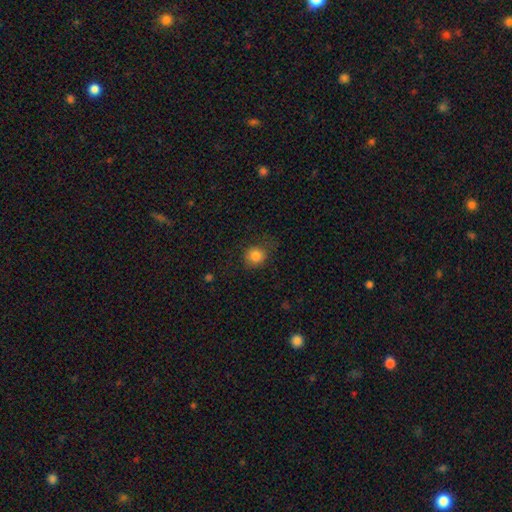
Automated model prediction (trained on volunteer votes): Q: Smooth or featured?
A: smooth (84%); runner-up: star or artifact (11%)
Q: How rounded?
A: round (82%); runner-up: in between (17%)
Q: Merging?
A: none (74%); runner-up: minor disturbance (18%)